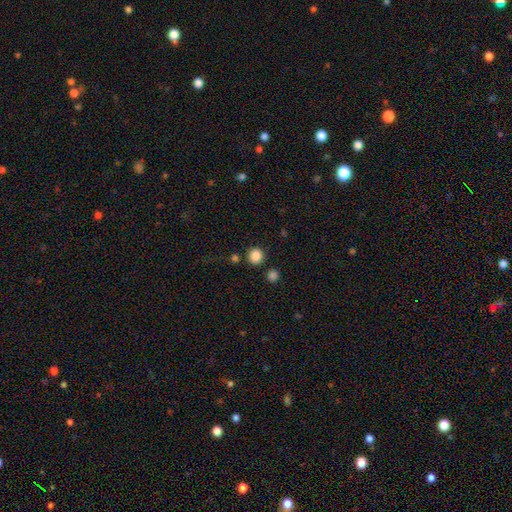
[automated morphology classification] Q: Smooth or featured?
A: smooth (86%); runner-up: star or artifact (11%)
Q: How rounded?
A: round (89%); runner-up: in between (10%)
Q: Merging?
A: none (85%); runner-up: minor disturbance (7%)